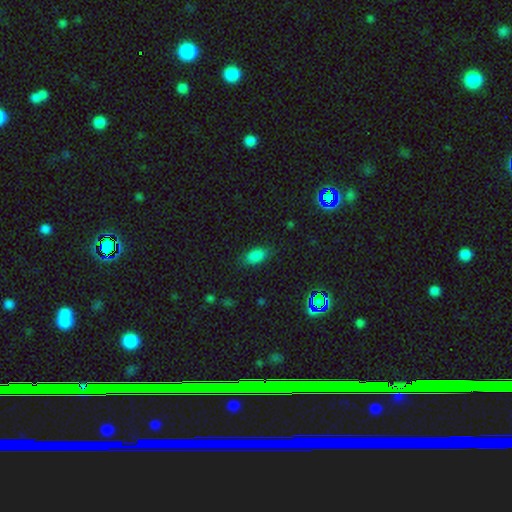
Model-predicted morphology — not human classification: smooth_or_featured: smooth (p=0.83) [alt: star or artifact p=0.12]
how_rounded: in between (p=0.90) [alt: round p=0.06]
merging: none (p=0.80) [alt: minor disturbance p=0.15]